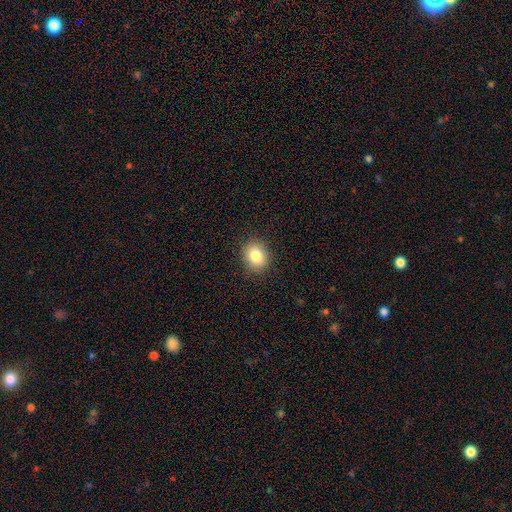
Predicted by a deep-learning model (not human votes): Smooth or featured?
  - smooth: 84% *
  - star or artifact: 9%
  - featured or disk: 7%
How rounded?
  - round: 54% *
  - in between: 45%
  - cigar-shaped: 1%
Merging?
  - none: 88% *
  - minor disturbance: 8%
  - major disturbance: 2%
  - merger: 1%